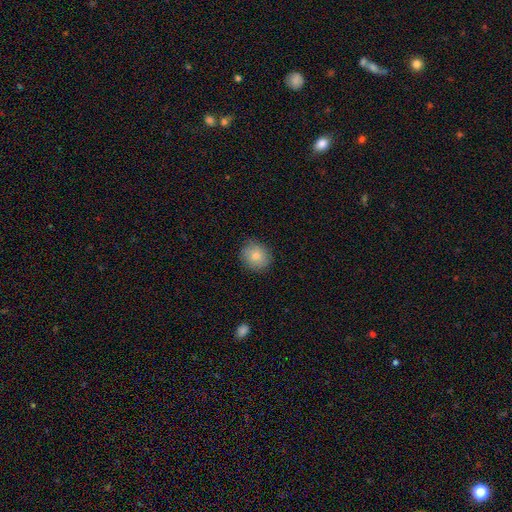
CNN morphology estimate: Smooth or featured?
  - smooth: 83% *
  - featured or disk: 9%
  - star or artifact: 8%
How rounded?
  - round: 74% *
  - in between: 25%
  - cigar-shaped: 1%
Merging?
  - none: 85% *
  - minor disturbance: 12%
  - major disturbance: 2%
  - merger: 1%